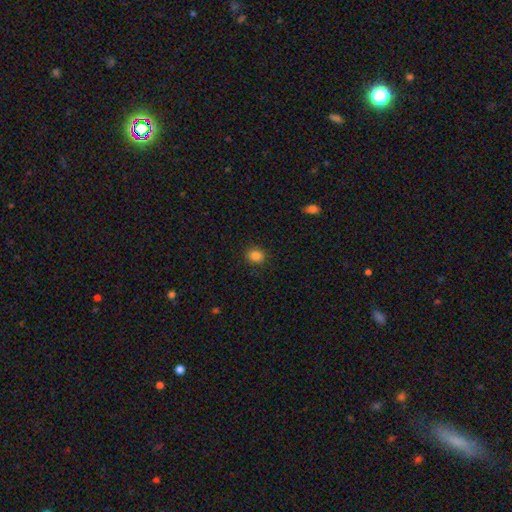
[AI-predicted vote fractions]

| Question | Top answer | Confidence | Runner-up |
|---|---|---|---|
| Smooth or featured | smooth | 84% | star or artifact (11%) |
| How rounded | round | 67% | in between (32%) |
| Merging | none | 89% | minor disturbance (8%) |